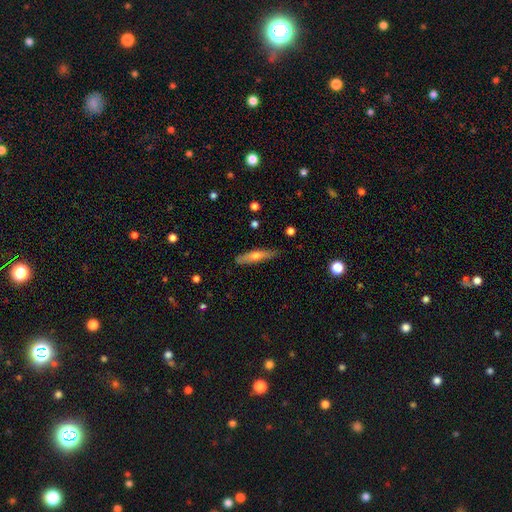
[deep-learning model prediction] smooth 54%, featured or disk 40%, star or artifact 6%. Down the decision tree: how rounded — cigar-shaped (76%); merging — none (80%).